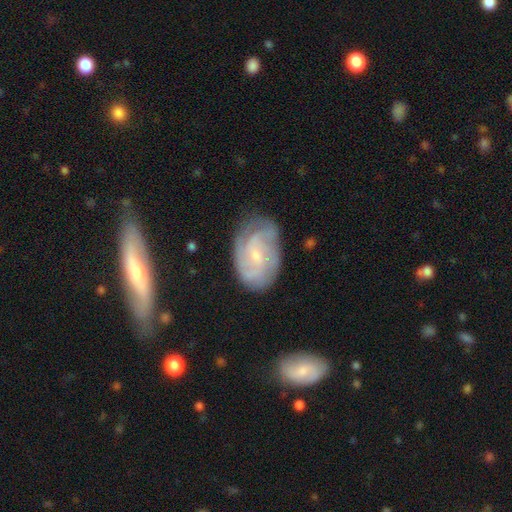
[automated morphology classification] smooth_or_featured: featured or disk (p=0.78) [alt: smooth p=0.16]
disk_edge_on: no (p=0.96) [alt: yes p=0.04]
bar: no (p=0.52) [alt: weak p=0.41]
has_spiral_arms: yes (p=0.93) [alt: no p=0.07]
spiral_winding: tight (p=0.48) [alt: medium p=0.39]
spiral_arm_count: can't tell (p=0.31) [alt: 3 p=0.24]
bulge_size: small (p=0.75) [alt: moderate p=0.19]
merging: none (p=0.72) [alt: minor disturbance p=0.19]